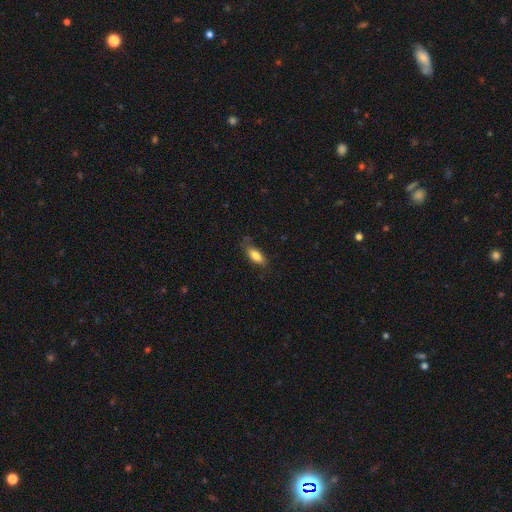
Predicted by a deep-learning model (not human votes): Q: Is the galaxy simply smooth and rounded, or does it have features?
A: smooth — 79%.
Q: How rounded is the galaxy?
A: in between — 76%.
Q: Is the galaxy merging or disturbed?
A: none — 70%.